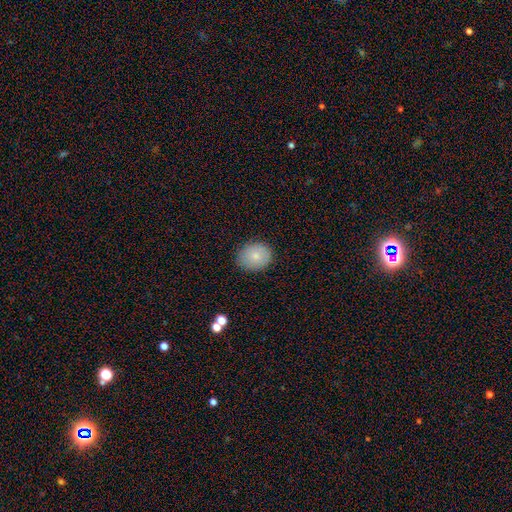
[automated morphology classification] smooth_or_featured: smooth (p=0.79) [alt: featured or disk p=0.13]
how_rounded: round (p=0.51) [alt: in between p=0.48]
merging: none (p=0.85) [alt: minor disturbance p=0.12]